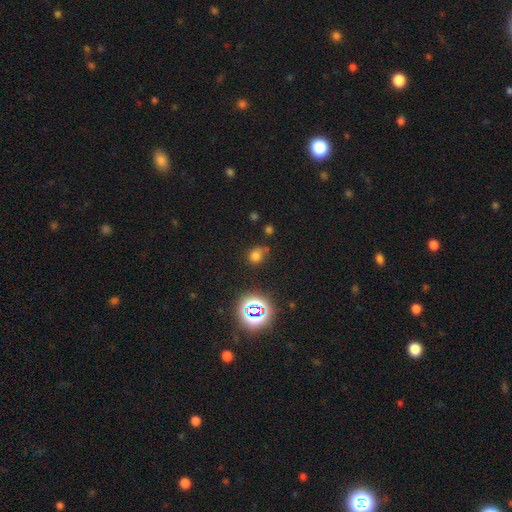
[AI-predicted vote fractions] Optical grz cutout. It shows a smooth galaxy with no disk features (64%) that is round (73%). Merging: none (64%).